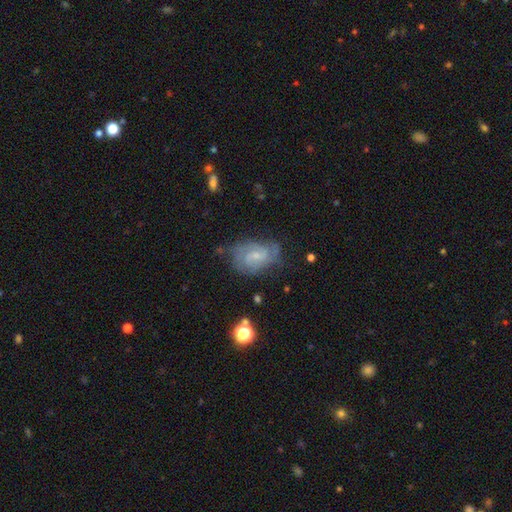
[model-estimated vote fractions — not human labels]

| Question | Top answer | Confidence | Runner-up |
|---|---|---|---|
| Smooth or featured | featured or disk | 67% | smooth (22%) |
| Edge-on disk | no | 96% | yes (4%) |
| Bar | weak | 48% | no (44%) |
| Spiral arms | yes | 89% | no (11%) |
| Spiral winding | tight | 47% | medium (40%) |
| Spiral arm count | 2 | 39% | can't tell (36%) |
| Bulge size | small | 61% | moderate (25%) |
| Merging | none | 64% | minor disturbance (24%) |